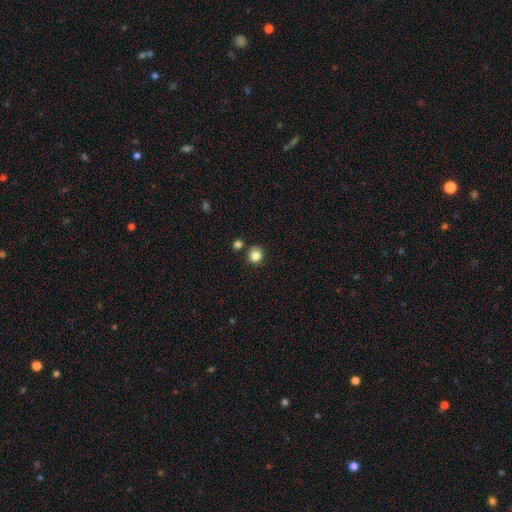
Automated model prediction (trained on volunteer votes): This is clearly a smooth galaxy (85%). How rounded: clearly round (87%). Merging: likely none (79%).